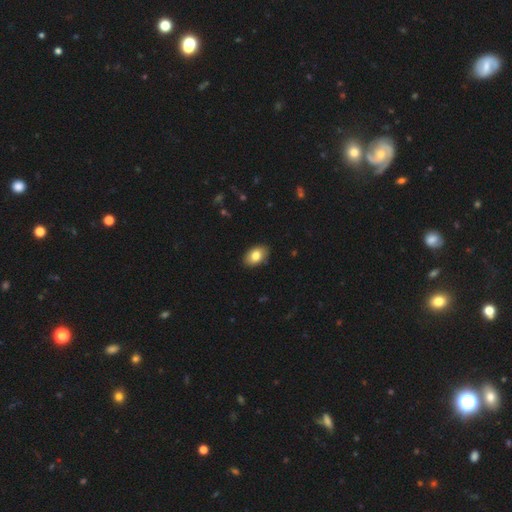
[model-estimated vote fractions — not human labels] A smooth galaxy with no disk features (82%) that is in between round and cigar-shaped (87%). Merging: none (88%).